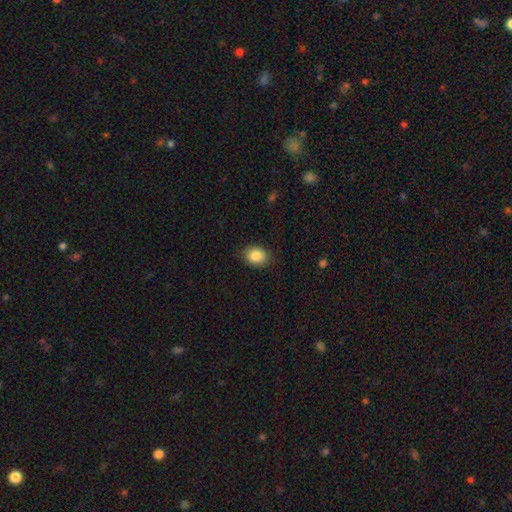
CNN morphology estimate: Smooth or featured? Predicted: smooth (p=0.87). How rounded? Predicted: in between (p=0.58). Merging? Predicted: none (p=0.85).